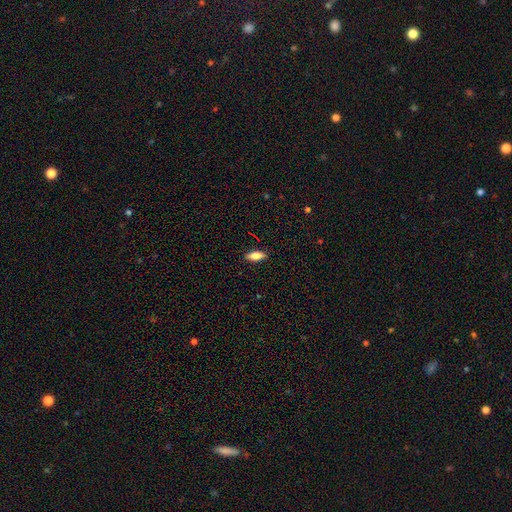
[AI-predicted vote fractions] A smooth galaxy with no disk features (73%) that is in between round and cigar-shaped (75%).

Vote fractions:
- Smooth or featured? smooth: 73% / featured or disk: 19% / star or artifact: 7%
- How rounded? in between: 75% / cigar-shaped: 23% / round: 3%
- Merging? none: 88% / minor disturbance: 9% / major disturbance: 2% / merger: 1%